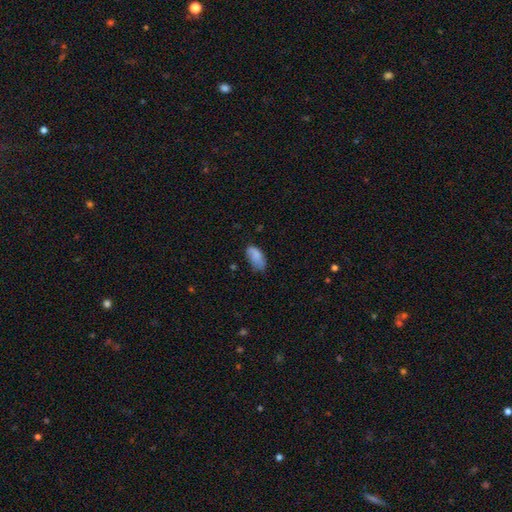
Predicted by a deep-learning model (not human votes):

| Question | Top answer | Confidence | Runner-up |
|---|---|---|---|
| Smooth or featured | smooth | 78% | featured or disk (14%) |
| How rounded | in between | 93% | round (4%) |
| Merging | none | 53% | minor disturbance (33%) |